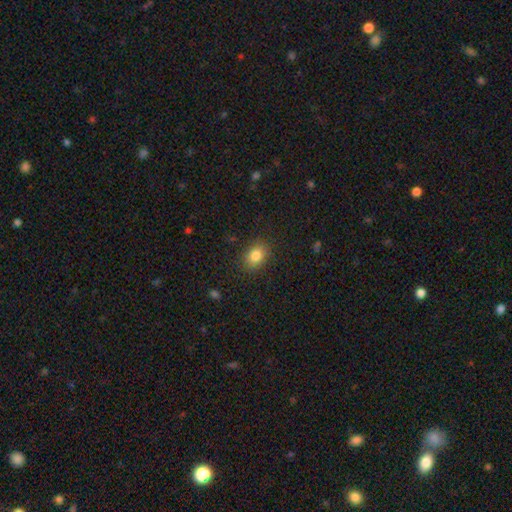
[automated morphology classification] smooth-or-featured: smooth: 83% | star or artifact: 10% | featured or disk: 7%
  how-rounded: in between: 66% | round: 33% | cigar-shaped: 1%
  merging: none: 87% | minor disturbance: 9% | major disturbance: 3% | merger: 1%